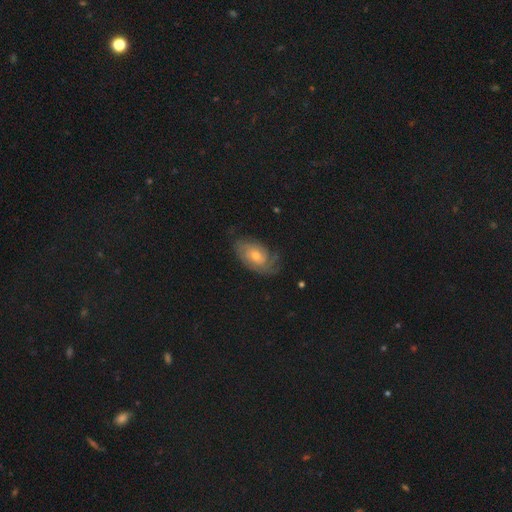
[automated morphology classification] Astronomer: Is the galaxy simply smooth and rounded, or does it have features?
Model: featured or disk — 67%.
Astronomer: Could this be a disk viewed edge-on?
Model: no — 94%.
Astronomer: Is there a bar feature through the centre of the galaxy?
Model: no — 71%.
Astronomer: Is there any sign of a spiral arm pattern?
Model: yes — 88%.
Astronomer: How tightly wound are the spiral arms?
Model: tight — 61%.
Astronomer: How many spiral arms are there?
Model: can't tell — 43% (runner-up: 2, 32%).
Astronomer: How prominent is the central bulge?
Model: moderate — 58% (runner-up: small, 34%).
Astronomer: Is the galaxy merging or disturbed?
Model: none — 65%.